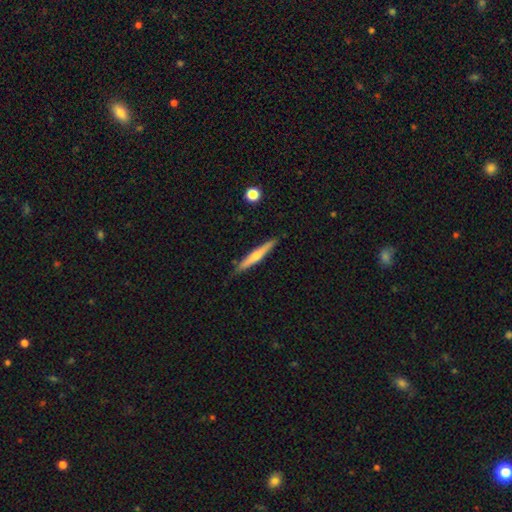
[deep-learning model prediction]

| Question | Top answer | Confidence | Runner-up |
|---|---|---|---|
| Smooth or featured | featured or disk | 57% | smooth (37%) |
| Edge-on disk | yes | 97% | no (3%) |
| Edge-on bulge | rounded | 74% | none (21%) |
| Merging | none | 89% | minor disturbance (9%) |